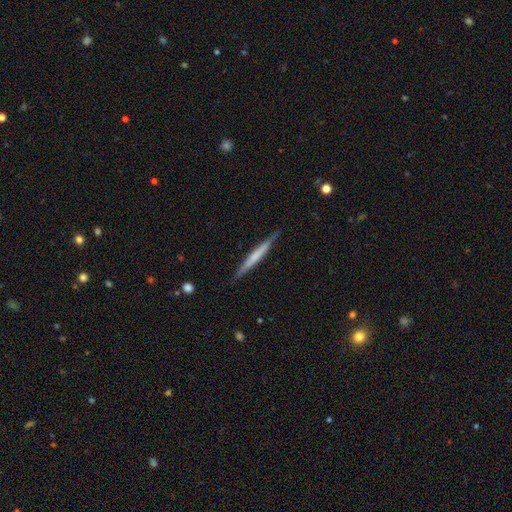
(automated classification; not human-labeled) This is possibly a featured or disk galaxy (51%). It is clearly viewed edge-on (97%). Merging: clearly none (87%).